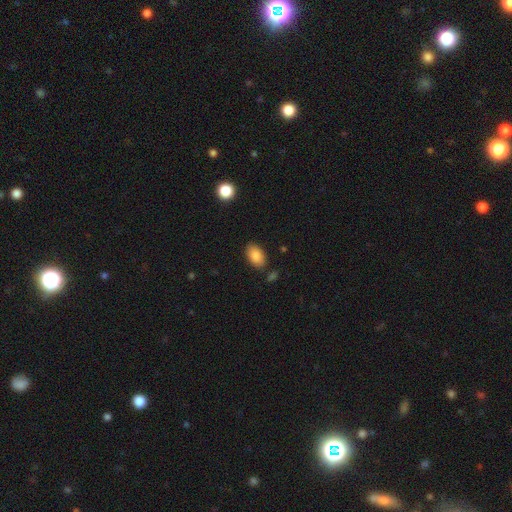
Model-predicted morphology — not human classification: This appears to be a smooth galaxy with no disk features (86%) that is in between round and cigar-shaped (92%). Merging: none (82%).